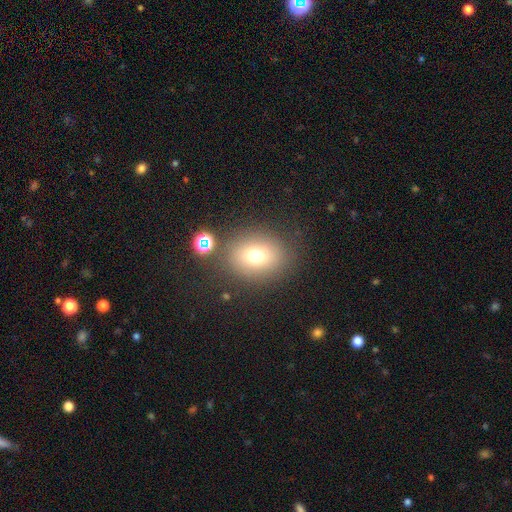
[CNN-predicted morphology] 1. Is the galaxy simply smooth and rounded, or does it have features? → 71% smooth, 16% star or artifact, 13% featured or disk.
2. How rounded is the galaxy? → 61% round, 38% in between, 1% cigar-shaped.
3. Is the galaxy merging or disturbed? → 78% none, 11% minor disturbance, 5% major disturbance, 5% merger.